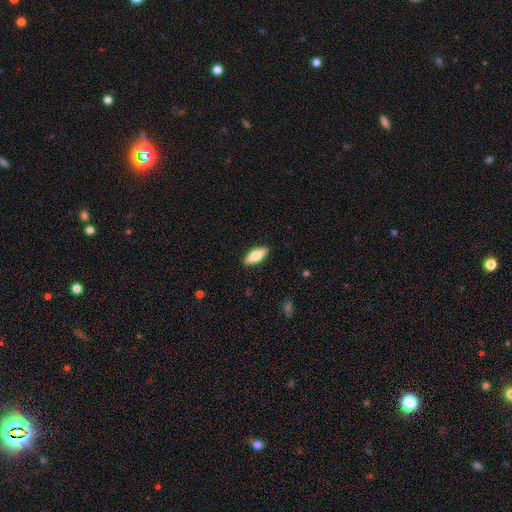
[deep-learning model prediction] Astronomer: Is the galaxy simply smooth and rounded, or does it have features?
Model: smooth — 70%.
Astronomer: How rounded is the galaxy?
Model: in between — 70%.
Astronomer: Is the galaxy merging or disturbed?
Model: none — 89%.